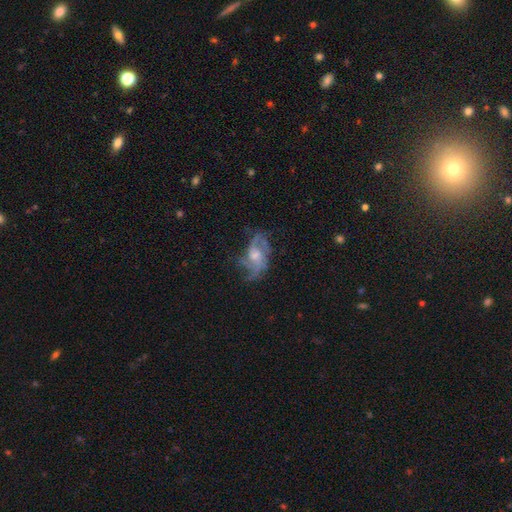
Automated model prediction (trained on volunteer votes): Q: Smooth or featured?
A: featured or disk (81%); runner-up: smooth (11%)
Q: Edge-on disk?
A: no (97%); runner-up: yes (3%)
Q: Bar?
A: no (60%); runner-up: weak (34%)
Q: Spiral arms?
A: yes (92%); runner-up: no (8%)
Q: Spiral winding?
A: medium (46%); runner-up: loose (34%)
Q: Spiral arm count?
A: 2 (33%); runner-up: 3 (27%)
Q: Bulge size?
A: moderate (54%); runner-up: small (29%)
Q: Merging?
A: none (57%); runner-up: minor disturbance (21%)